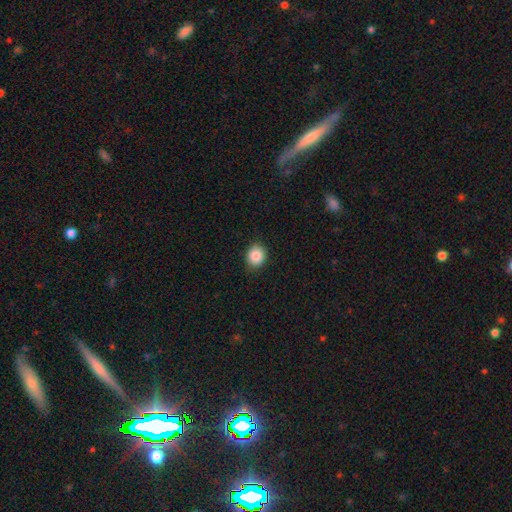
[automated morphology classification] A smooth galaxy with no disk features (87%) that is round (71%). Merging: none (85%).